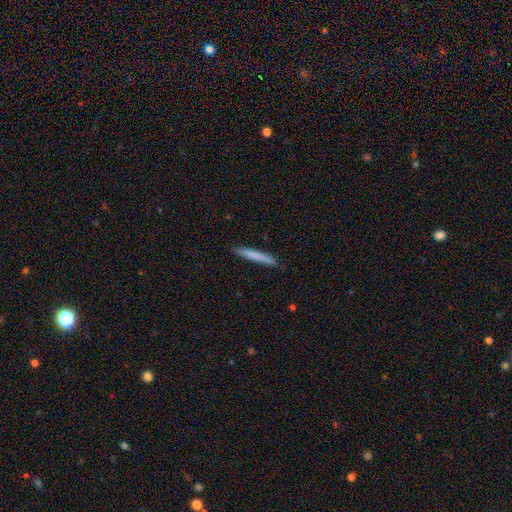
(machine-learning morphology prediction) Smooth or featured? Predicted: smooth (p=0.75). How rounded? Predicted: cigar-shaped (p=0.96). Merging? Predicted: none (p=0.90).